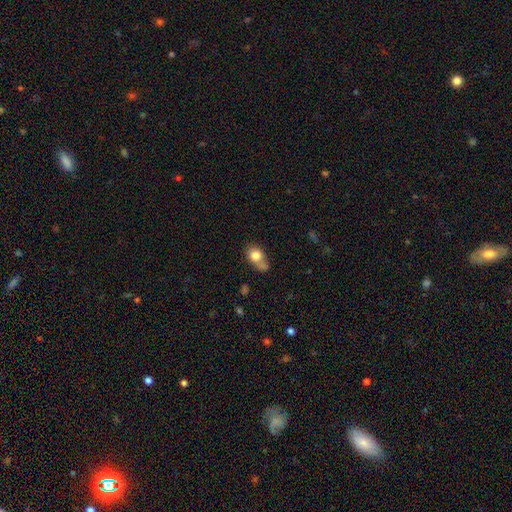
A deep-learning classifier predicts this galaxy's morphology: smooth-or-featured: smooth: 77% | featured or disk: 14% | star or artifact: 9%
  how-rounded: in between: 62% | round: 36% | cigar-shaped: 2%
  merging: none: 37% | minor disturbance: 29% | merger: 18% | major disturbance: 16%